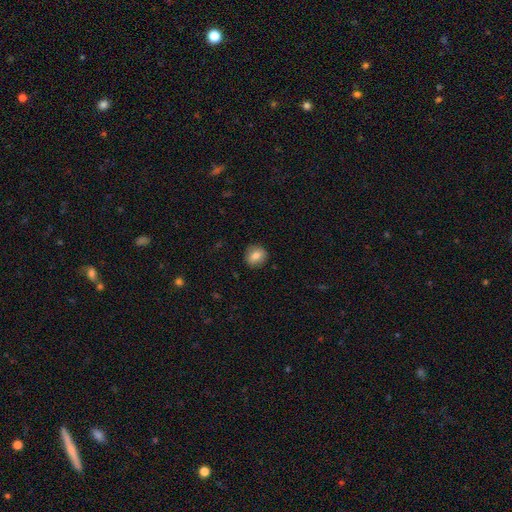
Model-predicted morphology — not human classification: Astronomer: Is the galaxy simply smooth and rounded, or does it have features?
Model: smooth — 80%.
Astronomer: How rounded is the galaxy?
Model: round — 76%.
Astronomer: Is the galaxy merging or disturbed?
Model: none — 88%.